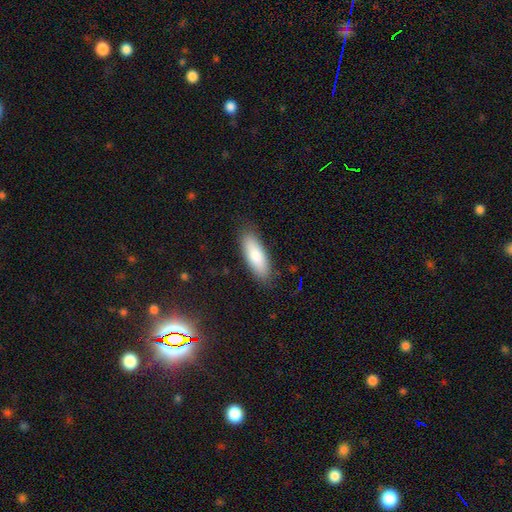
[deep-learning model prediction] Morphology: type=smooth (83%); roundness=in between (63%); merging=none (86%).